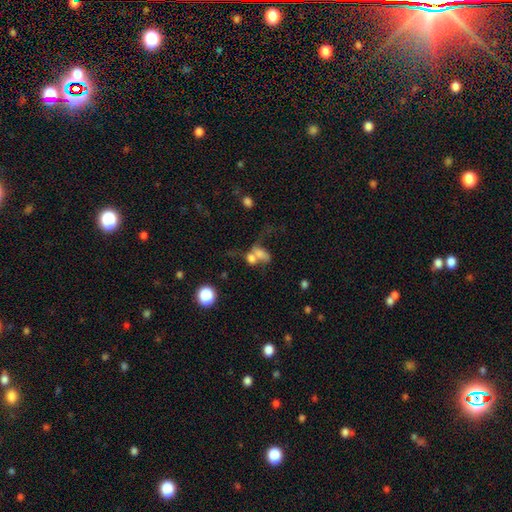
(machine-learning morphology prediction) Smooth or featured? smooth (60%)
How rounded? in between (69%)
Merging? merger (62%)